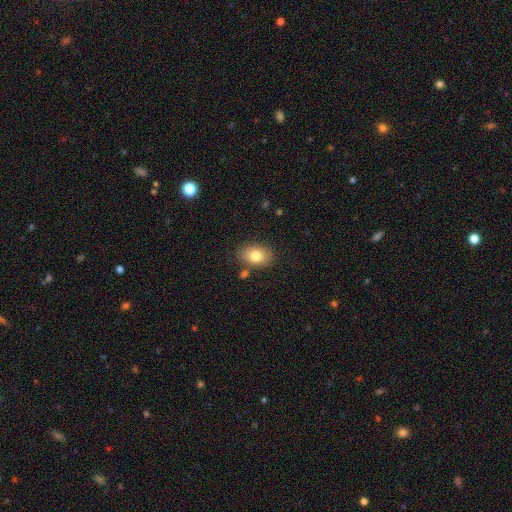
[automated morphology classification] This appears to be a smooth galaxy with no disk features (81%) that is in between round and cigar-shaped (79%). Merging: none (81%).